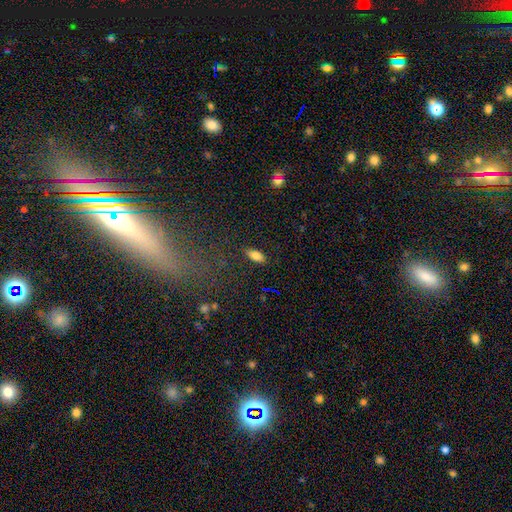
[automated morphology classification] Smooth or featured? Predicted: smooth (p=0.76). How rounded? Predicted: in between (p=0.80). Merging? Predicted: none (p=0.87).